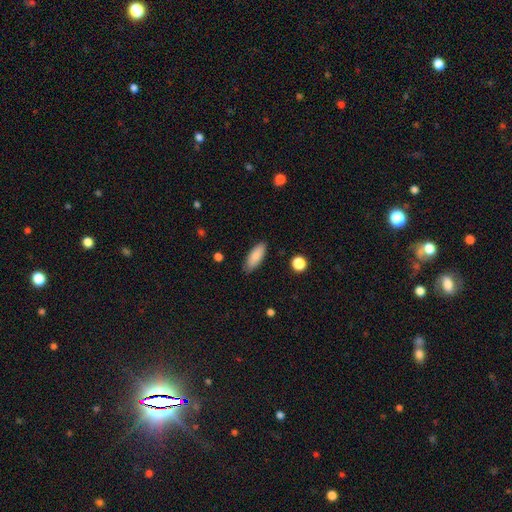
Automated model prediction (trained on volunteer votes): Q: Smooth or featured?
A: smooth (85%); runner-up: featured or disk (8%)
Q: How rounded?
A: in between (72%); runner-up: cigar-shaped (26%)
Q: Merging?
A: none (86%); runner-up: minor disturbance (11%)